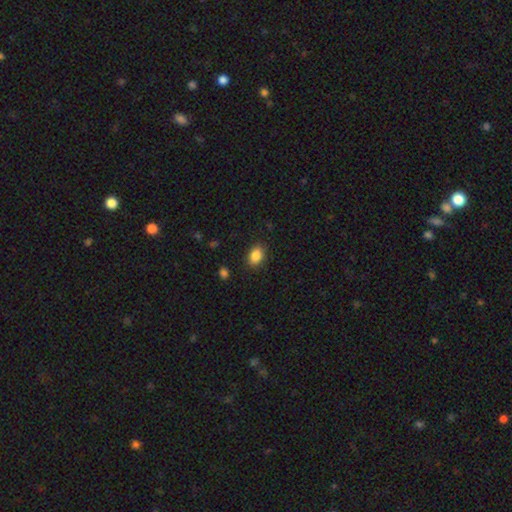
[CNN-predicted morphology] Smooth or featured? Predicted: smooth (p=0.87). How rounded? Predicted: in between (p=0.74). Merging? Predicted: none (p=0.87).